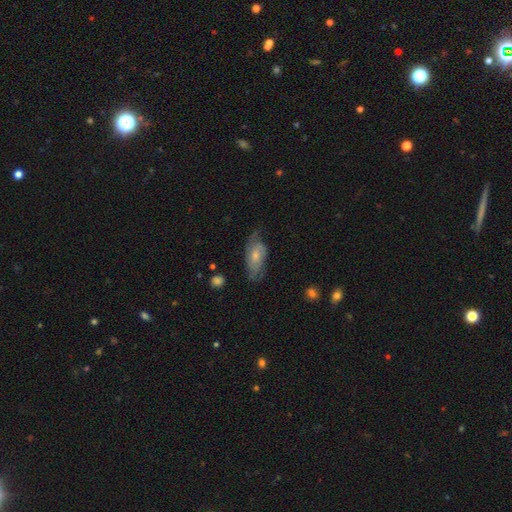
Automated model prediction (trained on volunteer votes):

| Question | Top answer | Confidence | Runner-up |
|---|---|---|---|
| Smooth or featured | featured or disk | 58% | smooth (36%) |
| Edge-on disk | no | 90% | yes (10%) |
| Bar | no | 70% | weak (26%) |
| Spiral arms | yes | 83% | no (17%) |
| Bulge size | small | 47% | moderate (44%) |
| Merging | none | 55% | minor disturbance (28%) |